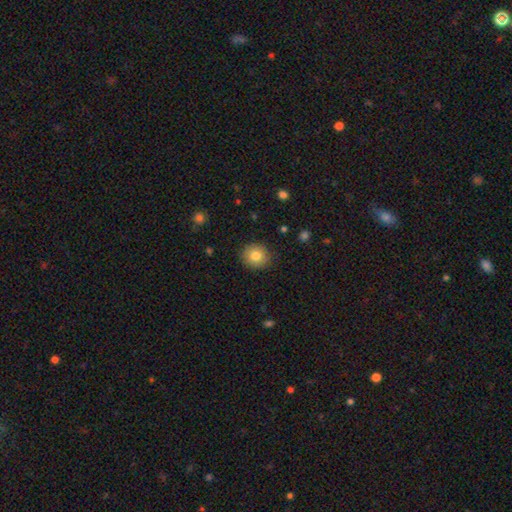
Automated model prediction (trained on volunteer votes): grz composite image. It shows a smooth galaxy with no disk features (80%) that is round (83%). Merging: none (88%).